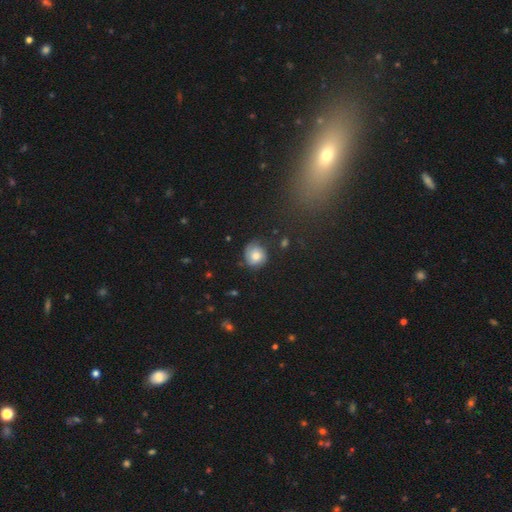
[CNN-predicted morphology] Smooth or featured? Predicted: smooth (p=0.63). How rounded? Predicted: round (p=0.80). Merging? Predicted: none (p=0.70).